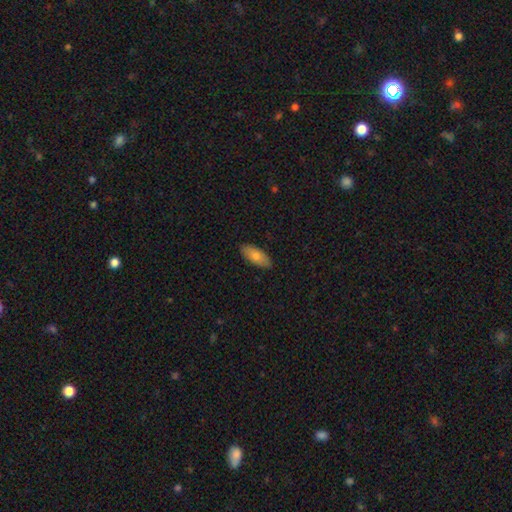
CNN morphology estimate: Smooth or featured? smooth (76%)
How rounded? in between (84%)
Merging? none (89%)